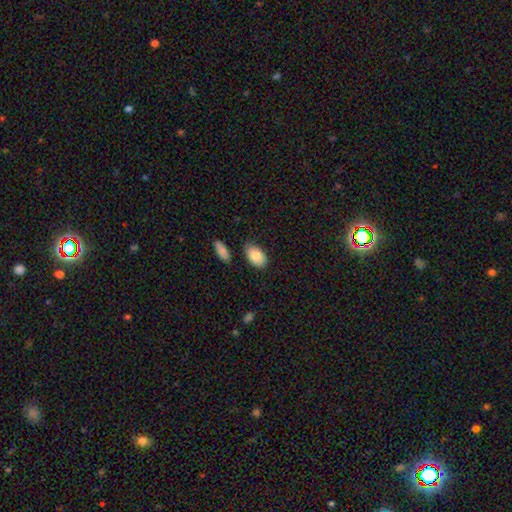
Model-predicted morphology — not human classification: A smooth galaxy with no disk features (84%) that is in between round and cigar-shaped (92%).

Vote fractions:
- Smooth or featured? smooth: 84% / featured or disk: 9% / star or artifact: 7%
- How rounded? in between: 92% / round: 6% / cigar-shaped: 2%
- Merging? none: 75% / minor disturbance: 18% / merger: 4% / major disturbance: 3%